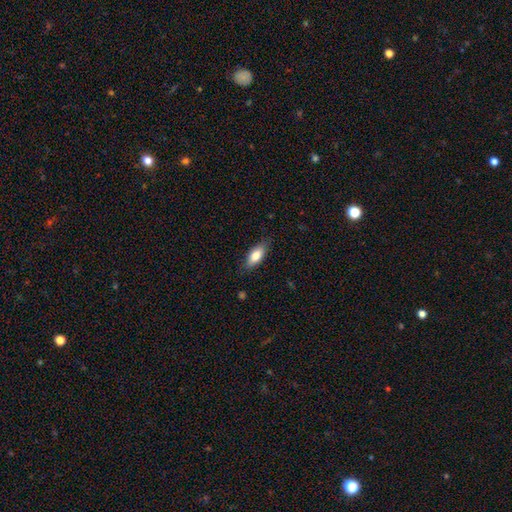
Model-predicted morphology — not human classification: smooth_or_featured: smooth (p=0.79) [alt: featured or disk p=0.15]
how_rounded: in between (p=0.79) [alt: cigar-shaped p=0.18]
merging: none (p=0.82) [alt: minor disturbance p=0.14]